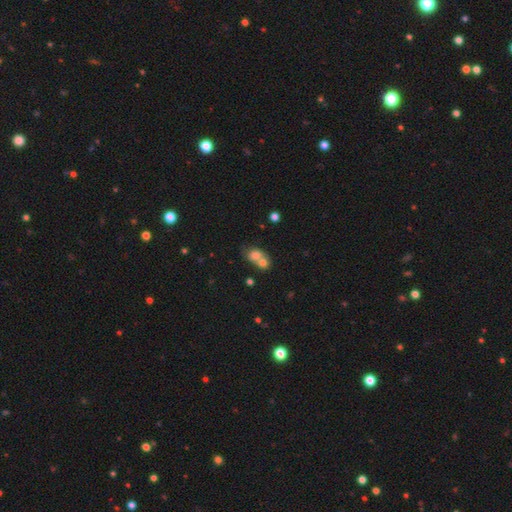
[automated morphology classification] The model was most divided on "how rounded": round: 56%, in between: 43%, cigar-shaped: 1%. More confident: smooth or featured — smooth (74%); merging — merger (64%).